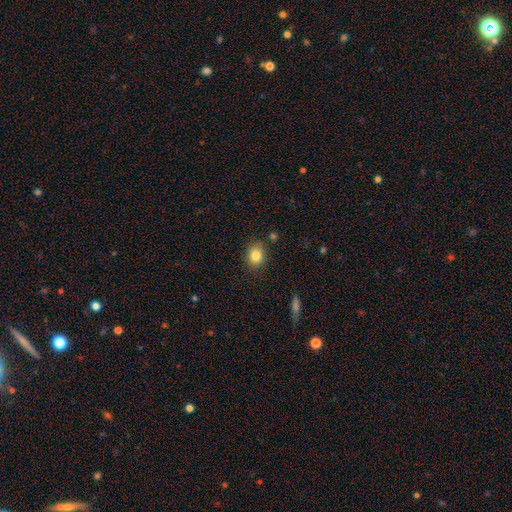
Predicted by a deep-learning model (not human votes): The model was most divided on "how rounded": in between: 52%, round: 47%, cigar-shaped: 1%. More confident: smooth or featured — smooth (84%); merging — none (83%).